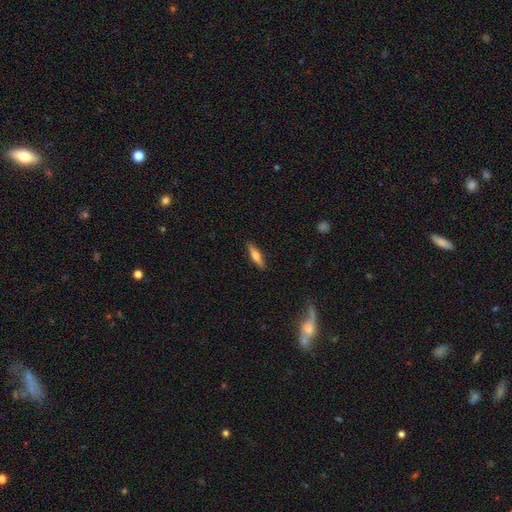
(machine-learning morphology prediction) smooth_or_featured: smooth (p=0.53) [alt: featured or disk p=0.41]
how_rounded: cigar-shaped (p=0.73) [alt: in between p=0.25]
merging: none (p=0.89) [alt: minor disturbance p=0.08]